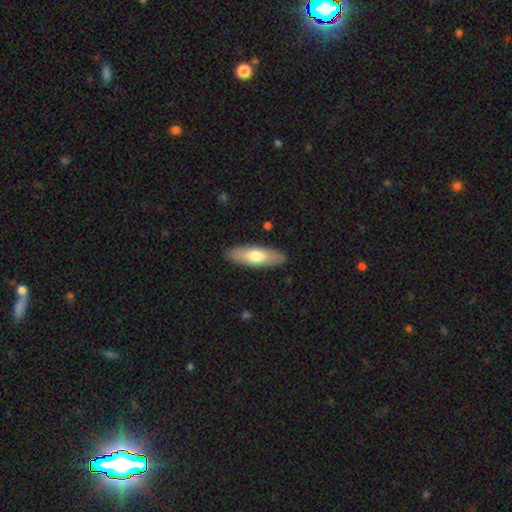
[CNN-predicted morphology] smooth_or_featured: smooth (p=0.67) [alt: featured or disk p=0.28]
how_rounded: in between (p=0.58) [alt: cigar-shaped p=0.40]
merging: none (p=0.88) [alt: minor disturbance p=0.09]